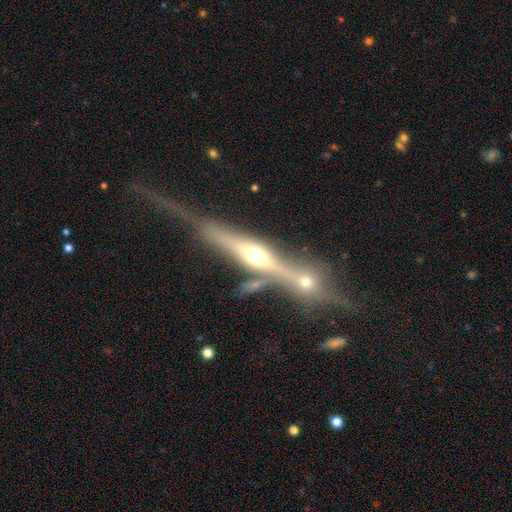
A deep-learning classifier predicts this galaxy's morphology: type=featured or disk (75%); edge-on=yes (93%); edge-on bulge=rounded (91%); merging=none (51%).